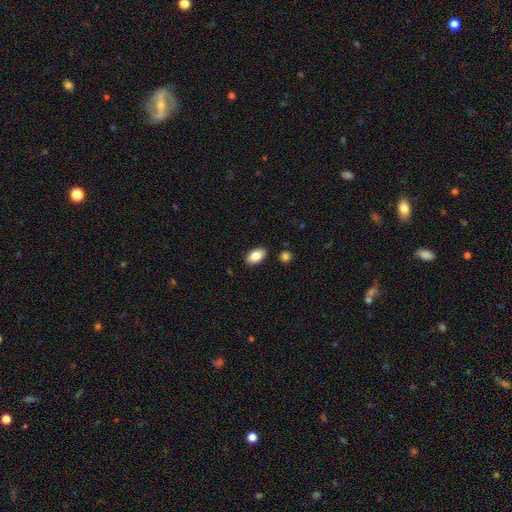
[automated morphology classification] Smooth or featured? smooth (83%)
How rounded? in between (93%)
Merging? none (88%)